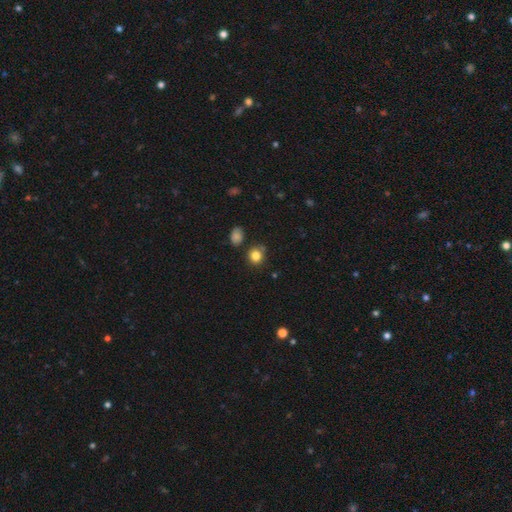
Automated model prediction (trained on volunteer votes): A smooth galaxy with no disk features (83%) that is round (84%). Merging: none (78%).